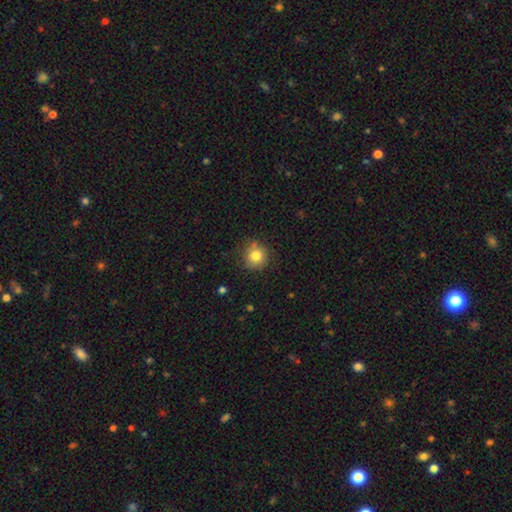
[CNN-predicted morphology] Smooth or featured: smooth — 81% (star or artifact — 11%)
How rounded: round — 90% (in between — 9%)
Merging: none — 80% (minor disturbance — 14%)